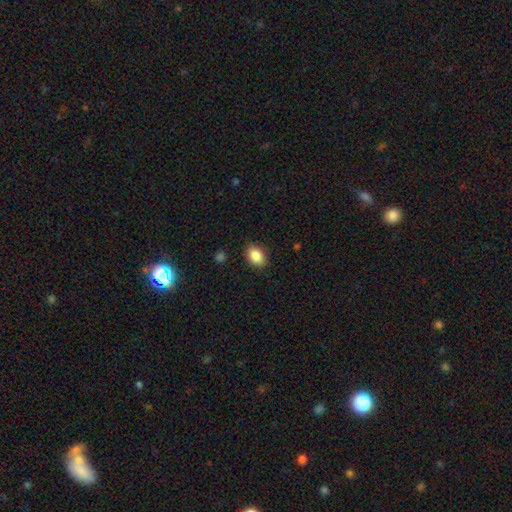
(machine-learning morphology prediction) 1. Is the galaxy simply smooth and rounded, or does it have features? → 87% smooth, 8% star or artifact, 5% featured or disk.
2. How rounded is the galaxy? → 84% in between, 14% round, 1% cigar-shaped.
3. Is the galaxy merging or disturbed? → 87% none, 9% minor disturbance, 2% major disturbance, 1% merger.